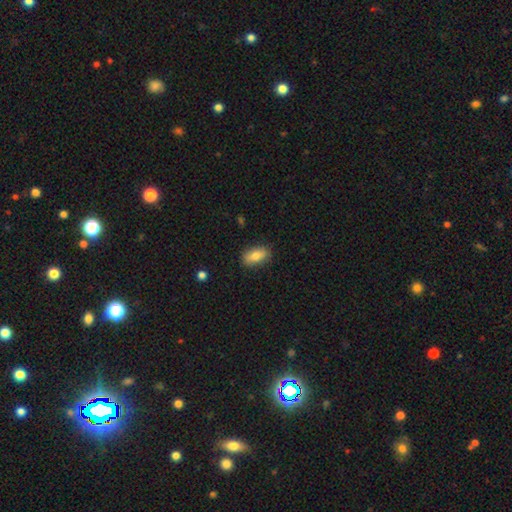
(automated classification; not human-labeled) Q: Smooth or featured?
A: smooth (78%); runner-up: featured or disk (15%)
Q: How rounded?
A: in between (85%); runner-up: cigar-shaped (10%)
Q: Merging?
A: none (84%); runner-up: minor disturbance (12%)